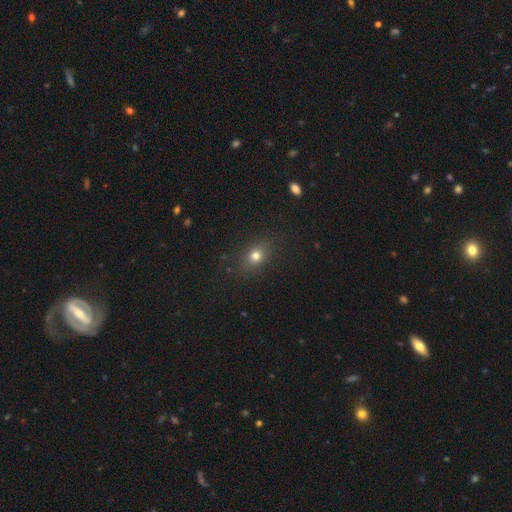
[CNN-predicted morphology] A smooth galaxy with no disk features (75%) that is in between round and cigar-shaped (53%). Merging: none (84%).